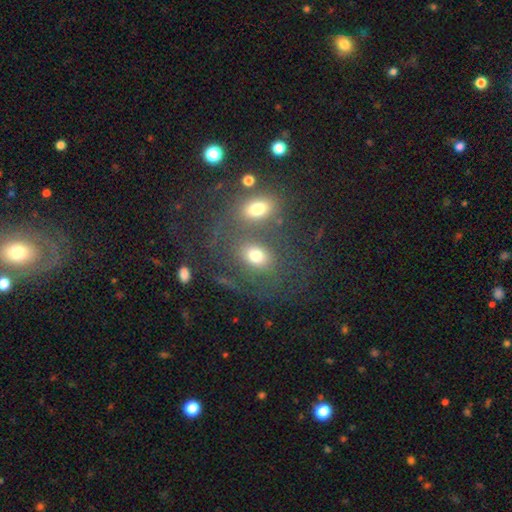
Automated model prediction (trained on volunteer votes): Smooth or featured? Predicted: smooth (p=0.61). How rounded? Predicted: in between (p=0.67). Merging? Predicted: none (p=0.49).